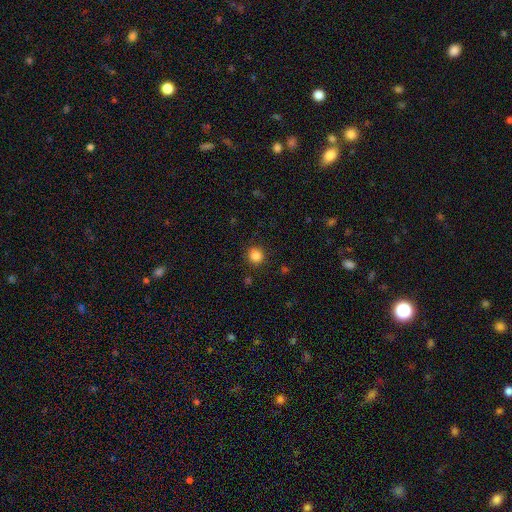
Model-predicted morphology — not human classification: smooth-or-featured: smooth: 85% | star or artifact: 12% | featured or disk: 4%
  how-rounded: round: 92% | in between: 7% | cigar-shaped: 1%
  merging: none: 90% | minor disturbance: 7% | major disturbance: 2% | merger: 1%